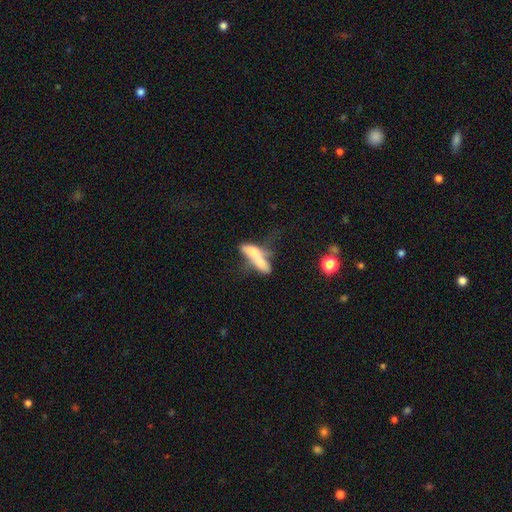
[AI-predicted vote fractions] Smooth or featured: smooth — 57% (featured or disk — 34%)
How rounded: in between — 48% (cigar-shaped — 47%)
Merging: merger — 60% (none — 17%)